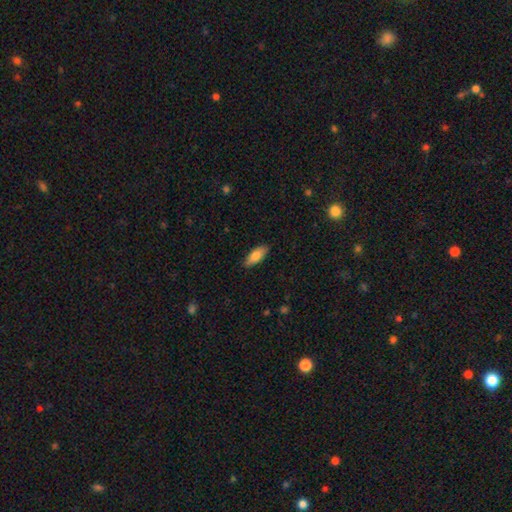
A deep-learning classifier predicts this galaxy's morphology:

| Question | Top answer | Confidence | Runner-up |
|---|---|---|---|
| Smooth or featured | smooth | 79% | featured or disk (15%) |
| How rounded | in between | 77% | cigar-shaped (21%) |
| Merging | none | 87% | minor disturbance (10%) |